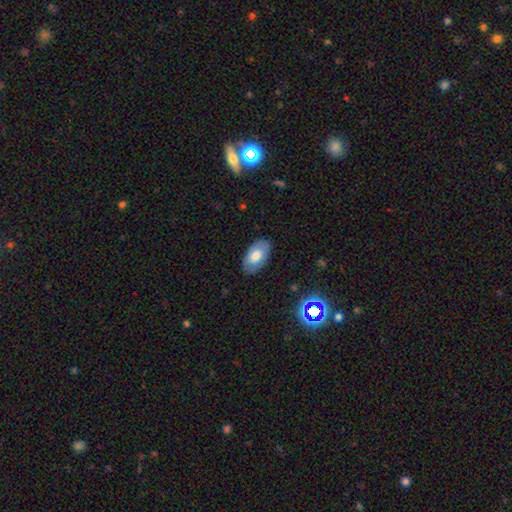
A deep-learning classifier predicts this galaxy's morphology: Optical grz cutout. It shows a smooth galaxy with no disk features (63%) that is in between round and cigar-shaped (94%). Merging: none (83%).